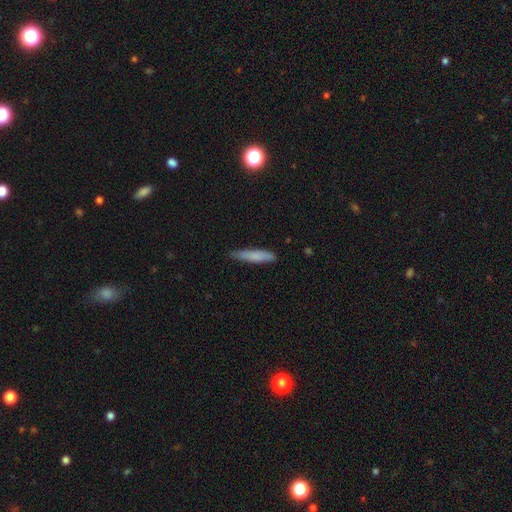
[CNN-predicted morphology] The model was most divided on "smooth or featured": smooth: 76%, featured or disk: 18%, star or artifact: 6%. More confident: how rounded — cigar-shaped (88%); merging — none (78%).